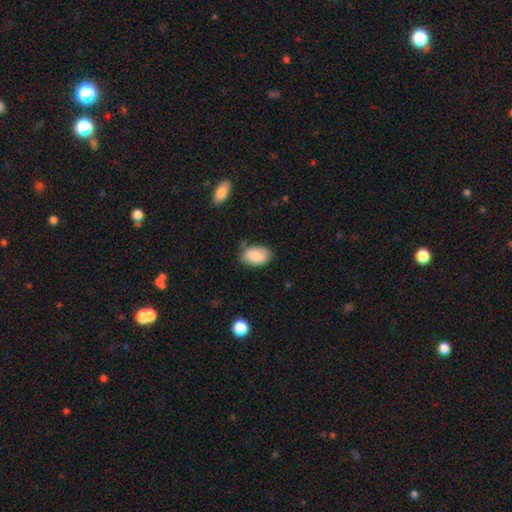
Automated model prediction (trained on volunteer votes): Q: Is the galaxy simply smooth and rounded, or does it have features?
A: smooth — 86%.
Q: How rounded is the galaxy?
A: in between — 92%.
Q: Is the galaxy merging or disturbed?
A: none — 74%.